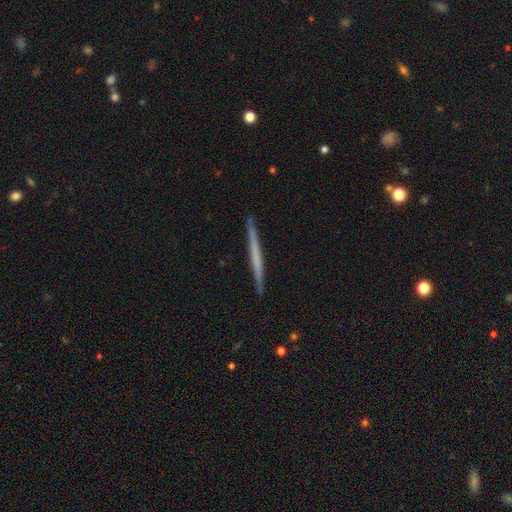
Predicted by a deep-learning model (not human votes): smooth-or-featured: featured or disk: 52% | smooth: 42% | star or artifact: 5%
  disk-edge-on: yes: 98% | no: 2%
    edge-on-bulge: none: 90% | rounded: 6% | boxy: 4%
  merging: none: 92% | minor disturbance: 6% | major disturbance: 1% | merger: 1%